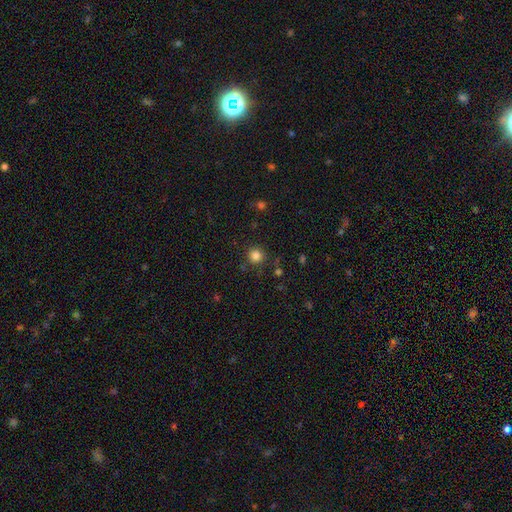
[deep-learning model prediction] This is clearly a smooth galaxy (82%). How rounded: clearly round (94%). Merging: clearly none (87%).